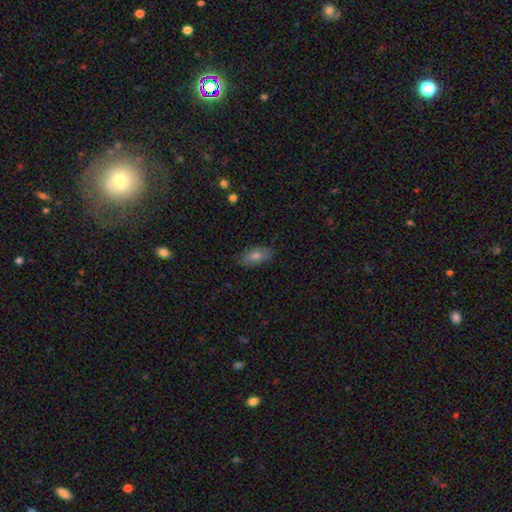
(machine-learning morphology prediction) This is likely a smooth galaxy (69%). How rounded: clearly in between (84%). Merging: clearly none (86%).